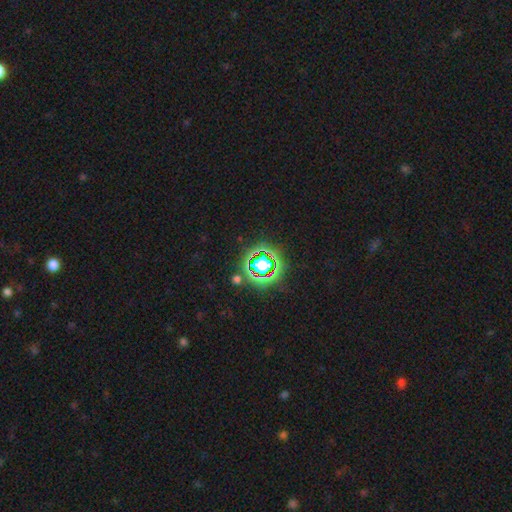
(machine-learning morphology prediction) smooth_or_featured: star or artifact (p=0.82) [alt: smooth p=0.12]